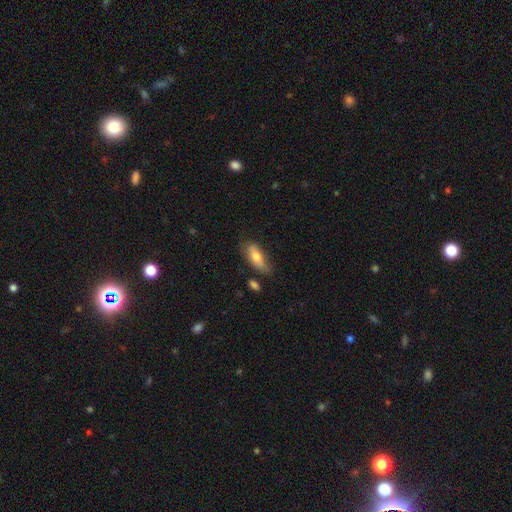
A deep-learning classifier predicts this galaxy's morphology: Smooth or featured? smooth (69%)
How rounded? in between (75%)
Merging? none (63%)